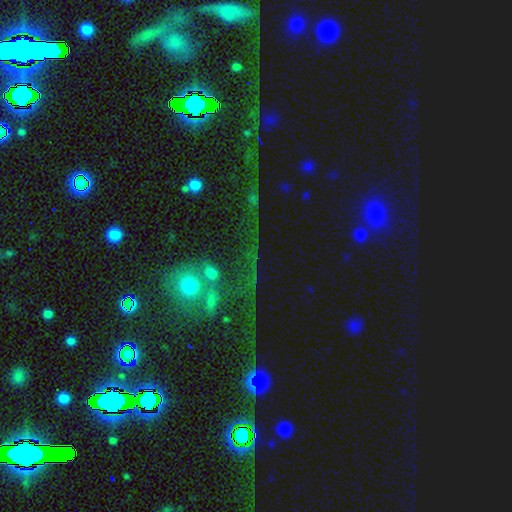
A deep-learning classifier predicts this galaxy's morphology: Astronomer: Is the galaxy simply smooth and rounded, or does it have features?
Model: star or artifact — 53%.